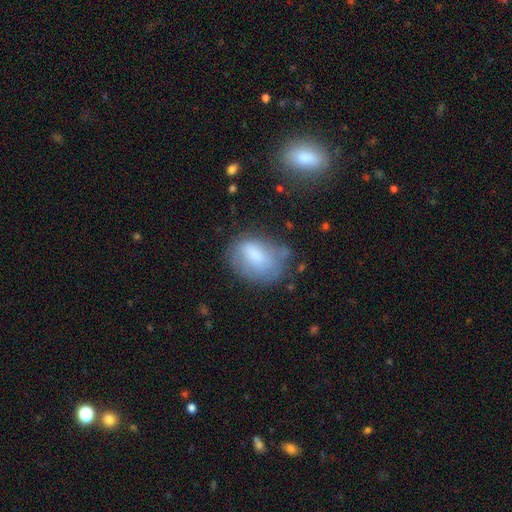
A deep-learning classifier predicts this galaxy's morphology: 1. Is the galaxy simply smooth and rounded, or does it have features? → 70% smooth, 21% featured or disk, 9% star or artifact.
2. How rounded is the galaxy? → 80% in between, 18% round, 2% cigar-shaped.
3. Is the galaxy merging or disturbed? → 51% none, 30% minor disturbance, 15% major disturbance, 4% merger.